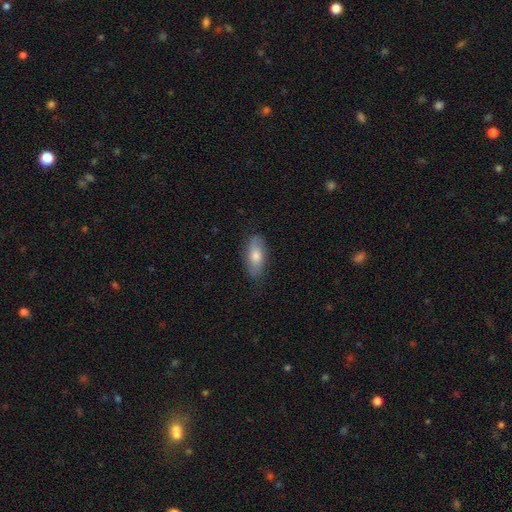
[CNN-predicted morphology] Overall: smooth (65%; featured or disk 28%). How rounded: in between (84%). Merging: none (78%).